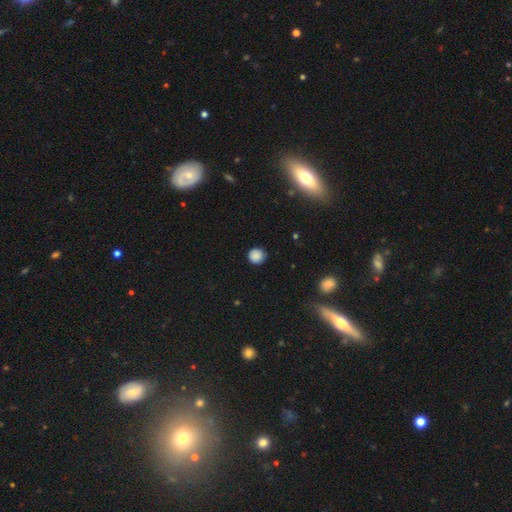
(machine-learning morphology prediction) A smooth galaxy with no disk features (86%) that is round (93%).

Vote fractions:
- Smooth or featured? smooth: 86% / star or artifact: 10% / featured or disk: 4%
- How rounded? round: 93% / in between: 6% / cigar-shaped: 1%
- Merging? none: 88% / minor disturbance: 9% / major disturbance: 2% / merger: 1%